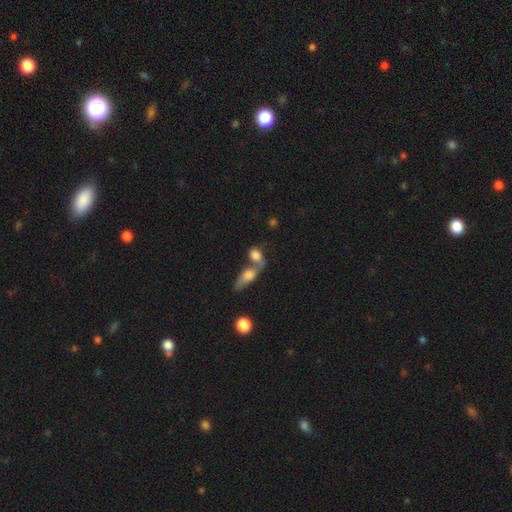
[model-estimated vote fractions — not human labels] Smooth or featured: smooth — 75% (featured or disk — 16%)
How rounded: in between — 66% (round — 27%)
Merging: merger — 58% (none — 27%)